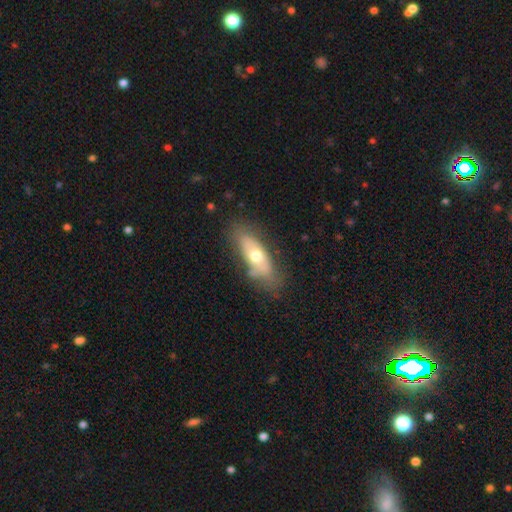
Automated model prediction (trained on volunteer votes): smooth_or_featured: smooth (p=0.56) [alt: featured or disk p=0.37]
how_rounded: in between (p=0.67) [alt: cigar-shaped p=0.29]
merging: none (p=0.66) [alt: minor disturbance p=0.22]